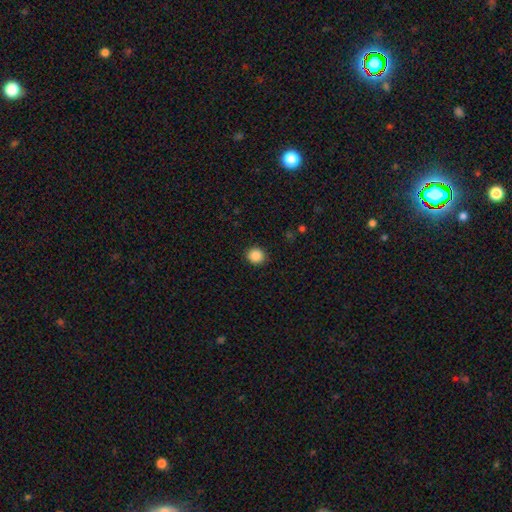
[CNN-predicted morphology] A smooth galaxy with no disk features (87%) that is round (87%). Merging: none (91%).